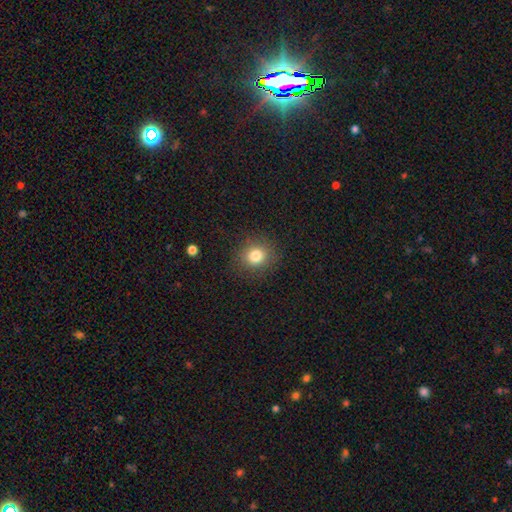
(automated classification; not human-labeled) Overall: smooth (81%). How rounded: round (81%). Merging: none (86%).